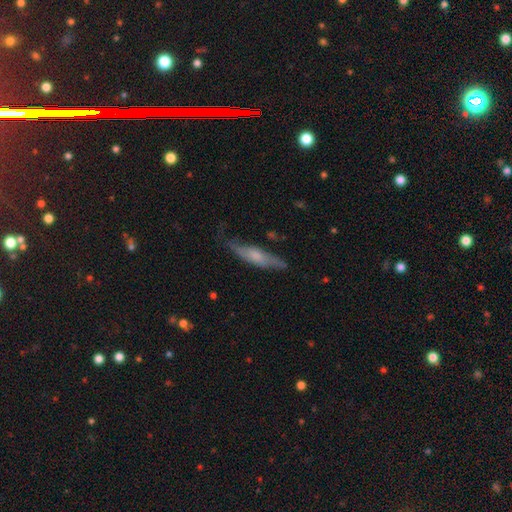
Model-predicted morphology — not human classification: Smooth or featured? Predicted: featured or disk (p=0.52). Edge-on disk? Predicted: yes (p=0.63). Merging? Predicted: none (p=0.61).